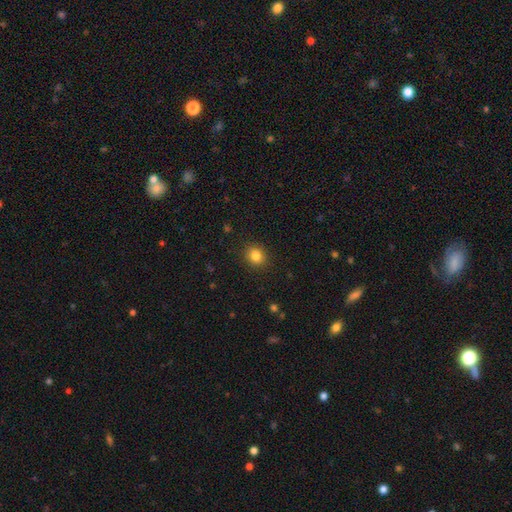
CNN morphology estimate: Smooth or featured? smooth (84%)
How rounded? round (78%)
Merging? none (90%)